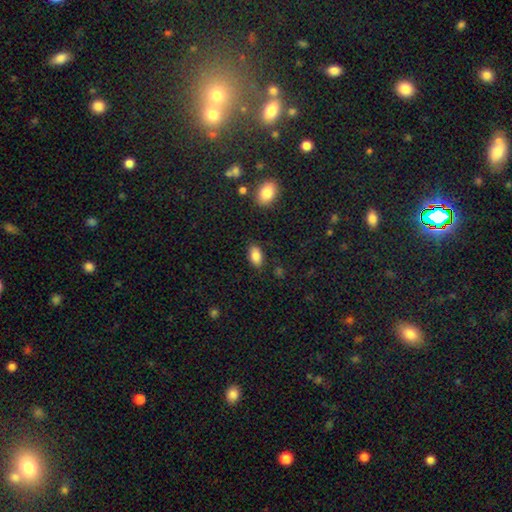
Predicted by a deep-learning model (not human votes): Overall: smooth (85%). How rounded: in between (92%). Merging: none (86%).